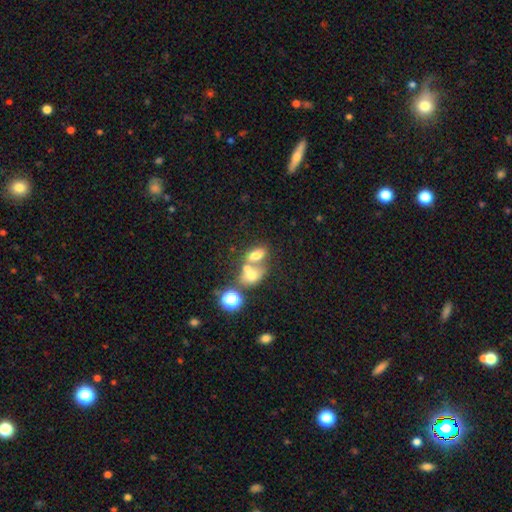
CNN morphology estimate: type=smooth (68%); roundness=in between (77%); merging=merger (54%).